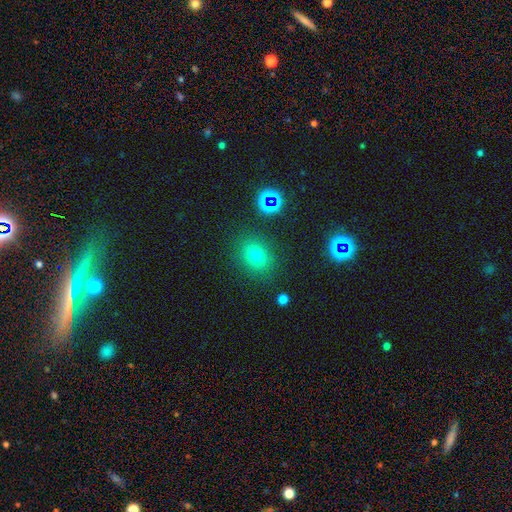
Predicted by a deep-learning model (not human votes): This appears to be a smooth galaxy with no disk features (71%) that is round (55%). Merging: none (85%).